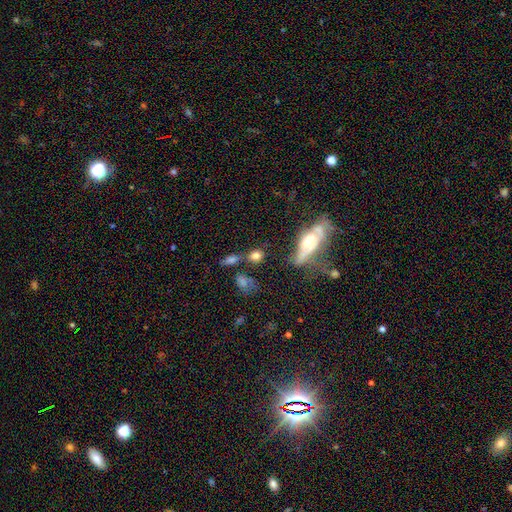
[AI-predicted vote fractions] Smooth or featured: smooth — 74% (featured or disk — 15%)
How rounded: in between — 50% (round — 42%)
Merging: none — 53% (merger — 22%)